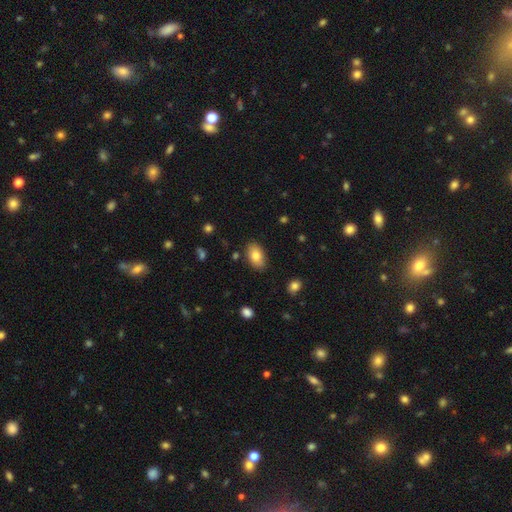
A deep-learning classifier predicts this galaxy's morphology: A smooth galaxy with no disk features (80%) that is in between round and cigar-shaped (91%). Merging: none (85%).